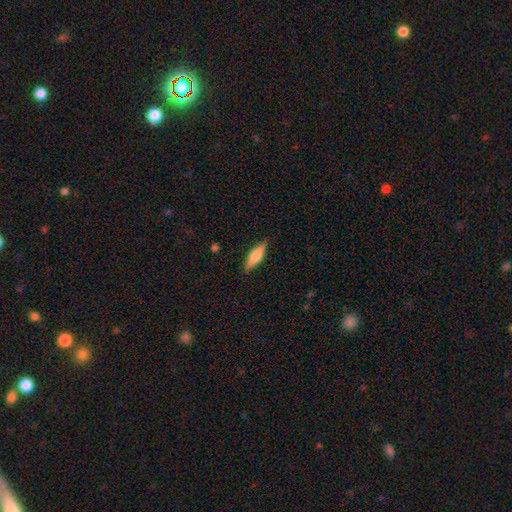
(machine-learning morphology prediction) smooth_or_featured: smooth (p=0.63) [alt: featured or disk p=0.30]
how_rounded: cigar-shaped (p=0.52) [alt: in between p=0.46]
merging: none (p=0.87) [alt: minor disturbance p=0.10]